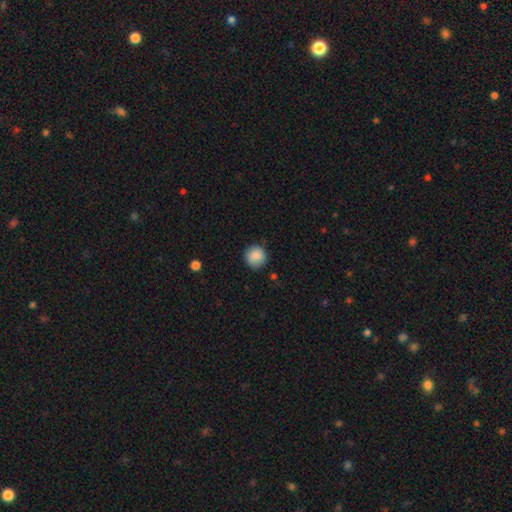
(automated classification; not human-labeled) A smooth galaxy with no disk features (87%) that is round (93%). Merging: none (85%).